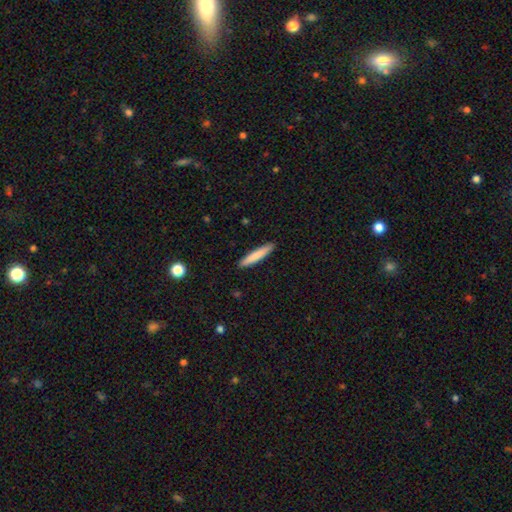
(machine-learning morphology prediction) smooth_or_featured: smooth (p=0.81) [alt: featured or disk p=0.13]
how_rounded: cigar-shaped (p=0.92) [alt: in between p=0.07]
merging: none (p=0.91) [alt: minor disturbance p=0.06]